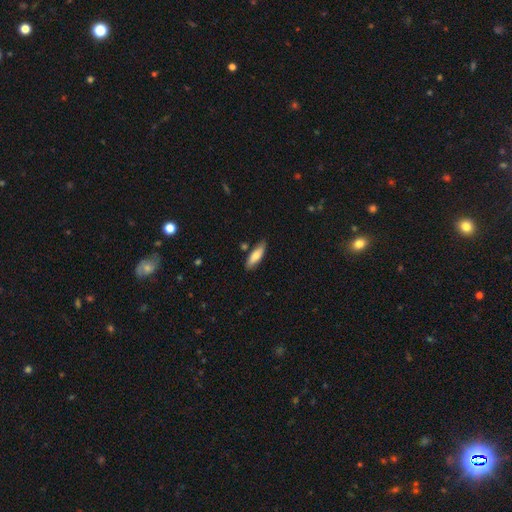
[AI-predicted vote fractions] A smooth galaxy with no disk features (74%) that is in between round and cigar-shaped (53%). Merging: none (82%).